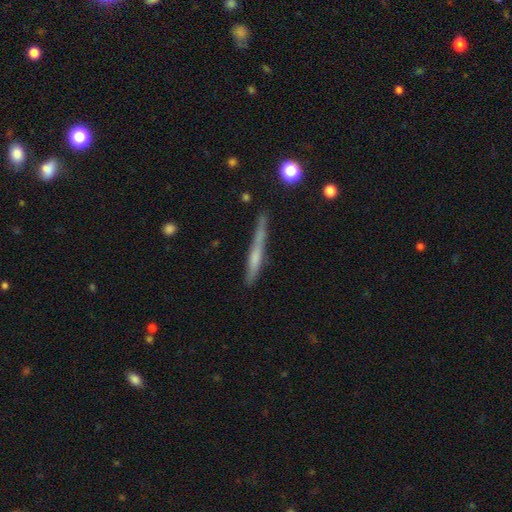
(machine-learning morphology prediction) Q: Smooth or featured?
A: smooth (47%); runner-up: featured or disk (46%)
Q: Merging?
A: none (74%); runner-up: minor disturbance (18%)